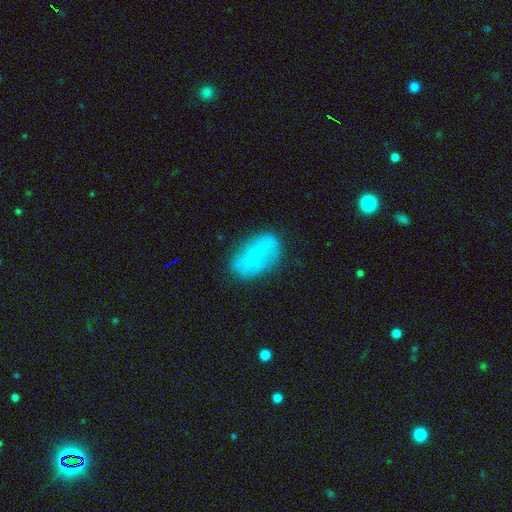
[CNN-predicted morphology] Smooth or featured? Predicted: smooth (p=0.53). How rounded? Predicted: in between (p=0.91). Merging? Predicted: none (p=0.63).